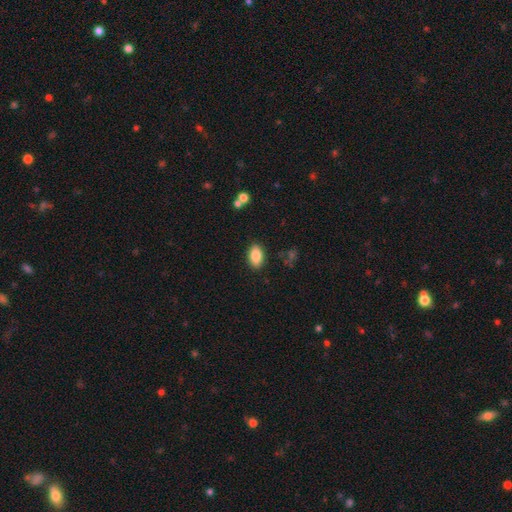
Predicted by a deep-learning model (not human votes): smooth-or-featured: smooth: 85% | featured or disk: 8% | star or artifact: 8%
  how-rounded: in between: 92% | round: 6% | cigar-shaped: 2%
  merging: none: 87% | minor disturbance: 9% | major disturbance: 2% | merger: 2%